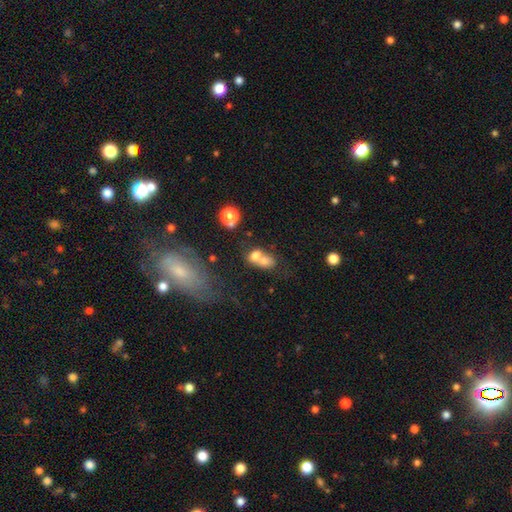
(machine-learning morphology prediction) smooth 64%, featured or disk 22%, star or artifact 13%. Down the decision tree: how rounded — in between (63%); merging — merger (61%).